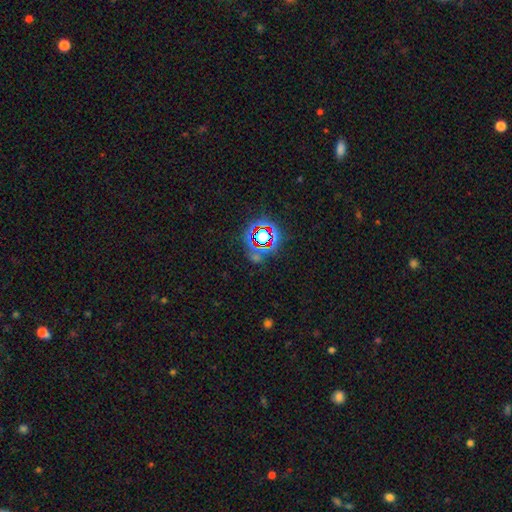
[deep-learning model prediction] The model was most divided on "smooth or featured": star or artifact: 76%, smooth: 16%, featured or disk: 9%.